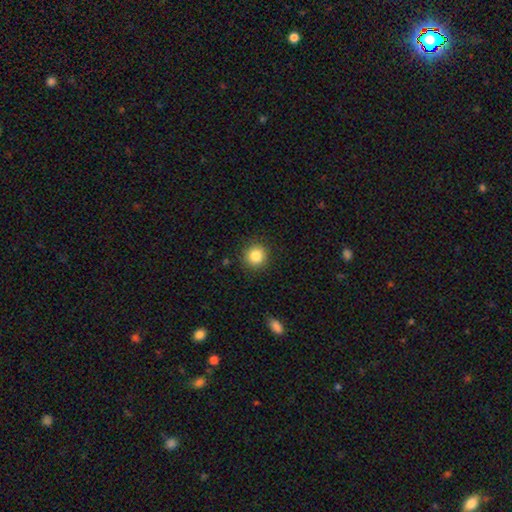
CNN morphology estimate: smooth_or_featured: smooth (p=0.84) [alt: star or artifact p=0.10]
how_rounded: round (p=0.93) [alt: in between p=0.06]
merging: none (p=0.90) [alt: minor disturbance p=0.07]